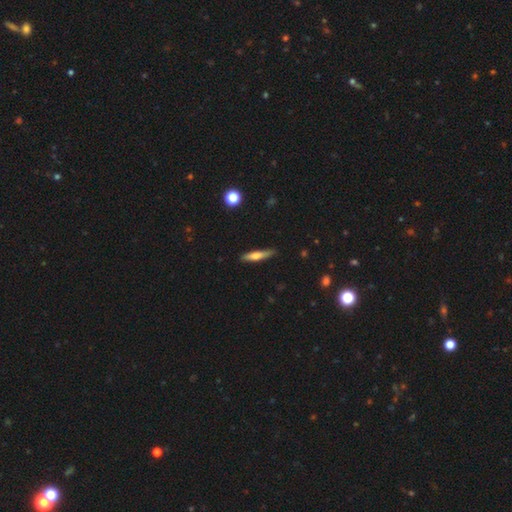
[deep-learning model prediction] Overall: smooth (58%; featured or disk 36%). How rounded: cigar-shaped (86%). Merging: none (82%).